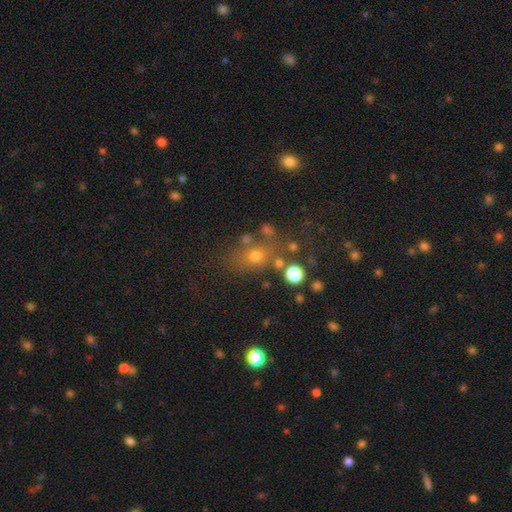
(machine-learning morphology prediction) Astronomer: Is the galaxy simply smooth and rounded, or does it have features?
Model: smooth — 63%.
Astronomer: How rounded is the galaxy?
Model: round — 52% (runner-up: in between, 45%).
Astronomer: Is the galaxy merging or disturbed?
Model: none — 62%.